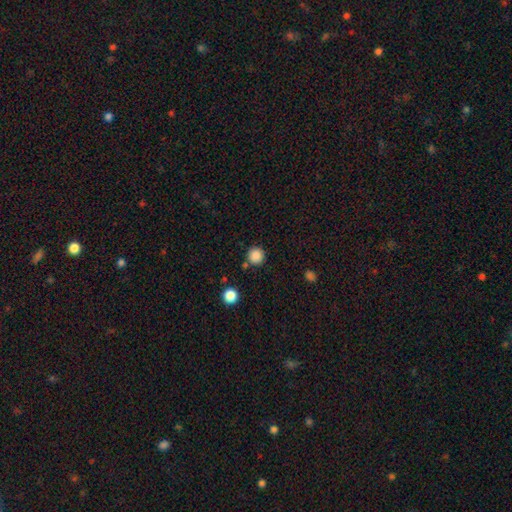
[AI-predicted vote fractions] This appears to be a smooth galaxy with no disk features (86%) that is round (95%). Merging: none (83%).